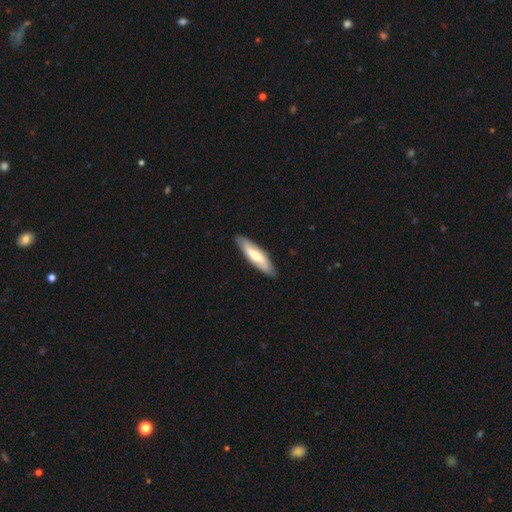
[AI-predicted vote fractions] This appears to be a smooth galaxy with no disk features (59%) that is cigar-shaped (62%). Merging: none (86%).